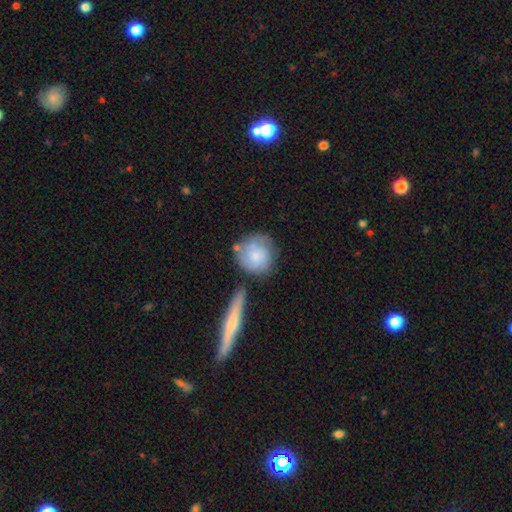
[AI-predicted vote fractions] Smooth or featured? smooth (68%)
How rounded? round (90%)
Merging? none (60%)